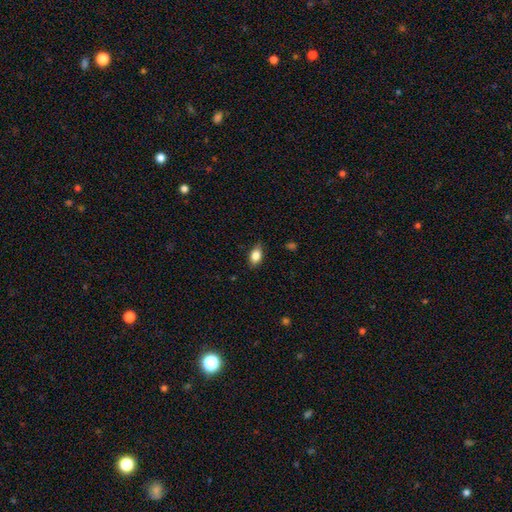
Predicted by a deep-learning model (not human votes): smooth-or-featured: smooth: 83% | featured or disk: 9% | star or artifact: 8%
  how-rounded: in between: 85% | round: 12% | cigar-shaped: 3%
  merging: none: 82% | minor disturbance: 14% | major disturbance: 3% | merger: 1%